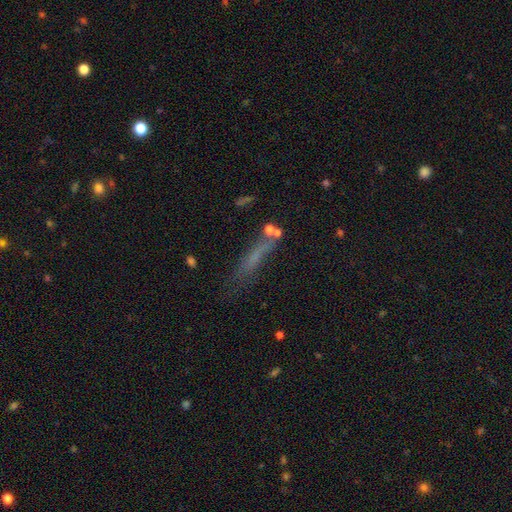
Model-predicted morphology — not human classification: Smooth or featured? Predicted: smooth (p=0.51). How rounded? Predicted: cigar-shaped (p=0.81). Merging? Predicted: none (p=0.54).